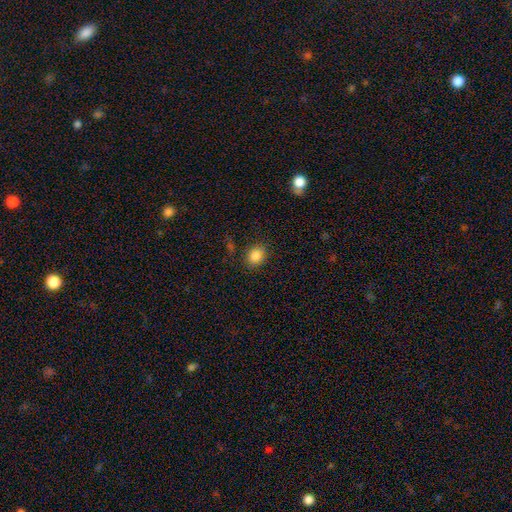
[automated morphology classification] This is clearly a smooth galaxy (85%). How rounded: possibly round (53%). Merging: clearly none (84%).